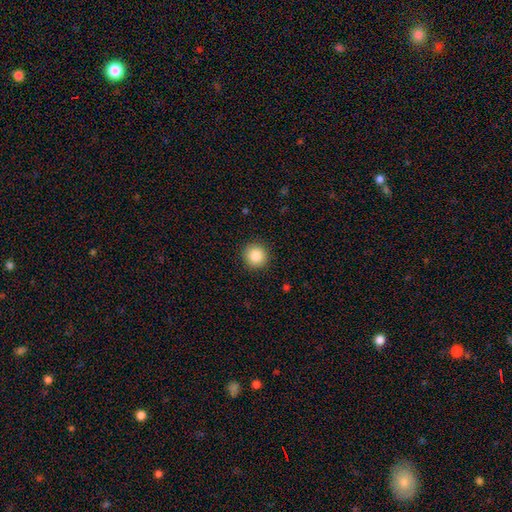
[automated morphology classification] A smooth galaxy with no disk features (86%) that is round (94%).

Vote fractions:
- Smooth or featured? smooth: 86% / star or artifact: 9% / featured or disk: 5%
- How rounded? round: 94% / in between: 5% / cigar-shaped: 1%
- Merging? none: 91% / minor disturbance: 6% / major disturbance: 2% / merger: 1%